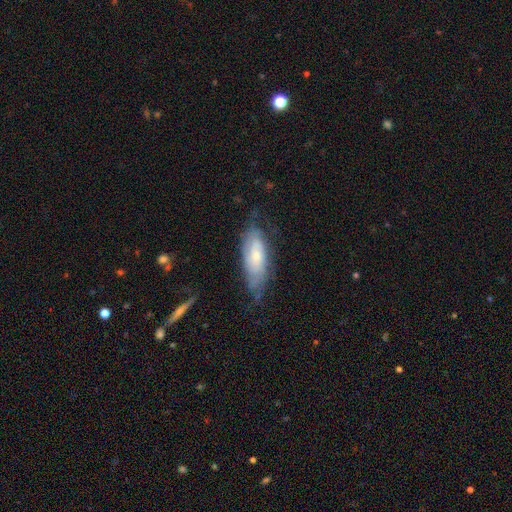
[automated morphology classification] Smooth or featured?
  - featured or disk: 50% *
  - smooth: 42%
  - star or artifact: 7%
Edge-on disk?
  - no: 78% *
  - yes: 22%
Merging?
  - none: 59% *
  - minor disturbance: 29%
  - major disturbance: 10%
  - merger: 2%